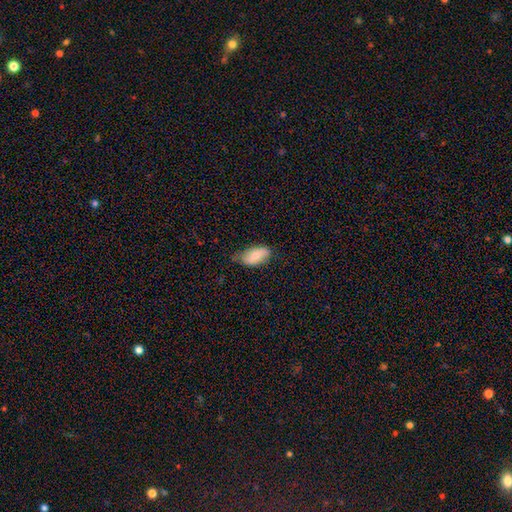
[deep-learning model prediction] Smooth or featured?
  - smooth: 78% *
  - featured or disk: 16%
  - star or artifact: 6%
How rounded?
  - in between: 93% *
  - cigar-shaped: 4%
  - round: 3%
Merging?
  - none: 53% *
  - minor disturbance: 39%
  - major disturbance: 7%
  - merger: 1%